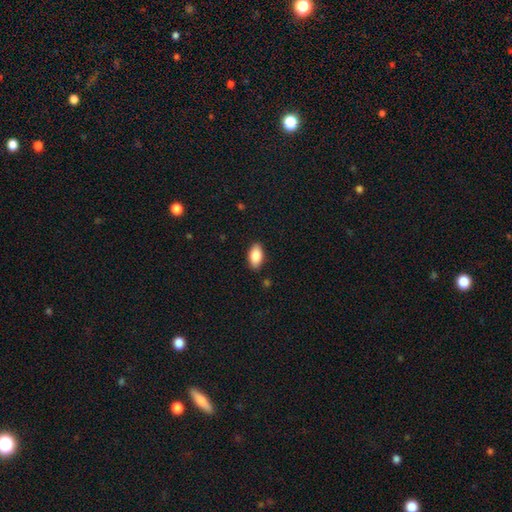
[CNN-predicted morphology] A smooth galaxy with no disk features (86%) that is in between round and cigar-shaped (93%). Merging: none (87%).